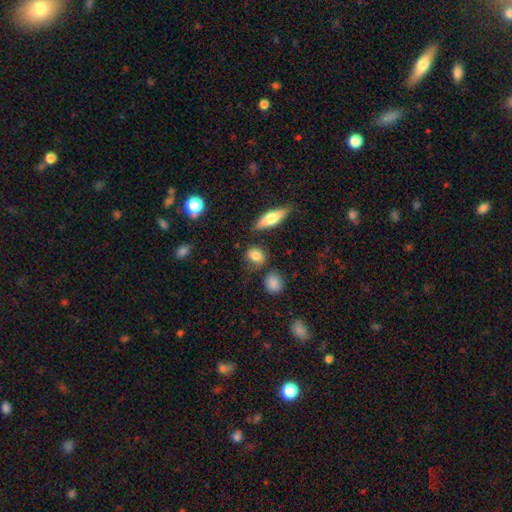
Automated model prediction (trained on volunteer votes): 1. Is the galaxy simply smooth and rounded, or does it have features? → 79% smooth, 11% featured or disk, 10% star or artifact.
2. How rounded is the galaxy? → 60% in between, 36% round, 4% cigar-shaped.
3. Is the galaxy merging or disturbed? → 70% none, 18% minor disturbance, 6% merger, 5% major disturbance.